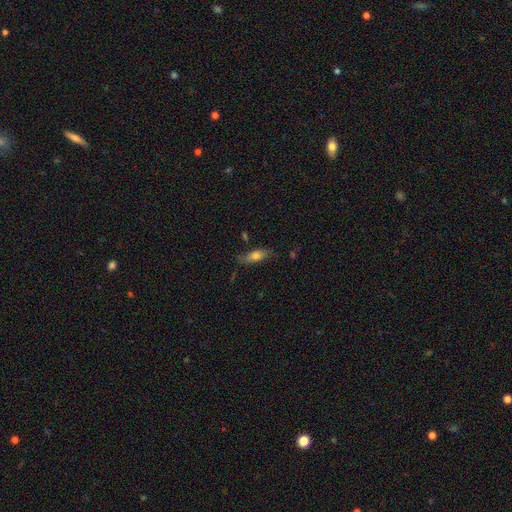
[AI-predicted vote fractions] smooth 68%, featured or disk 24%, star or artifact 7%. Down the decision tree: how rounded — in between (68%); merging — none (71%).